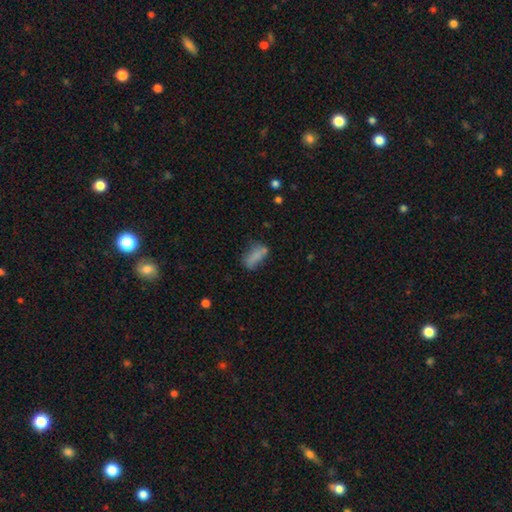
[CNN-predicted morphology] smooth_or_featured: smooth (p=0.77) [alt: featured or disk p=0.14]
how_rounded: in between (p=0.69) [alt: cigar-shaped p=0.27]
merging: none (p=0.52) [alt: minor disturbance p=0.27]